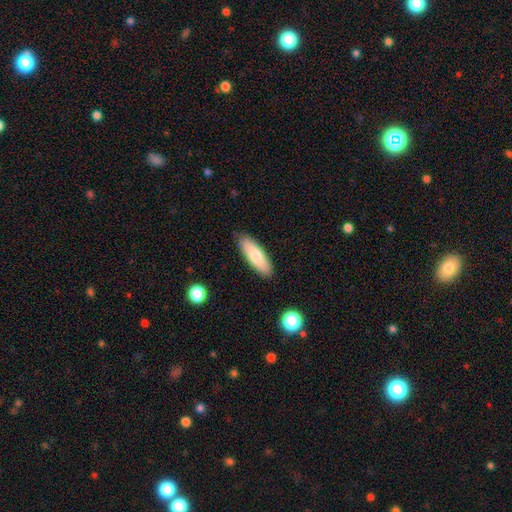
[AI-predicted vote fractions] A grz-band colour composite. It shows a smooth galaxy with no disk features (79%) that is in between round and cigar-shaped (53%). Merging: none (87%).